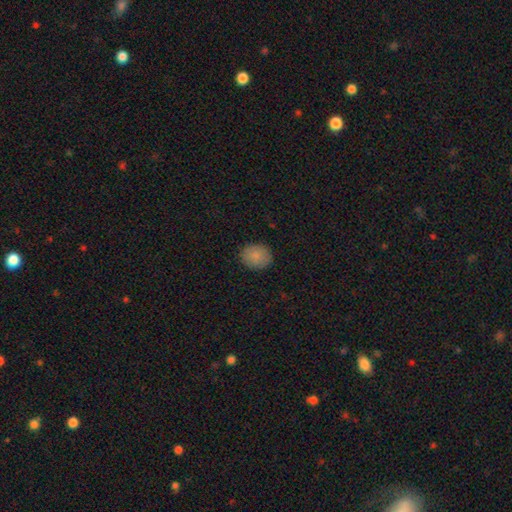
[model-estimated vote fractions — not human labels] smooth_or_featured: smooth (p=0.85) [alt: star or artifact p=0.08]
how_rounded: round (p=0.65) [alt: in between p=0.34]
merging: none (p=0.88) [alt: minor disturbance p=0.09]